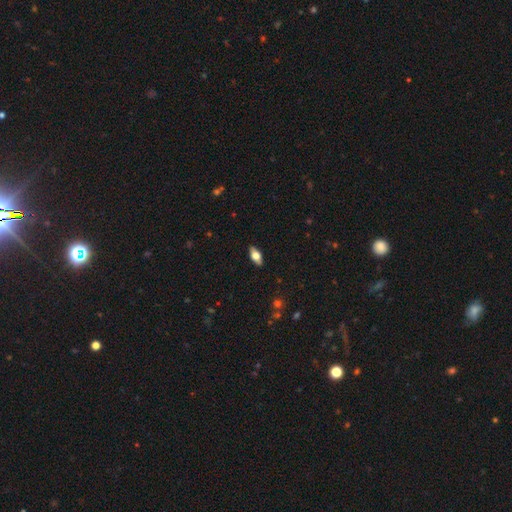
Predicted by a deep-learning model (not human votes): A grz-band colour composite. It shows a smooth galaxy with no disk features (62%) that is in between round and cigar-shaped (86%). Merging: none (88%).